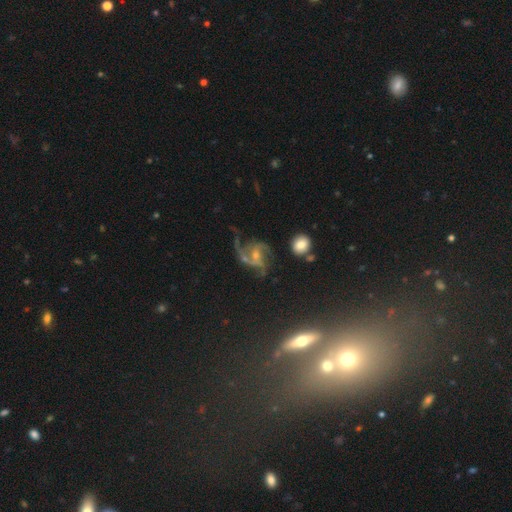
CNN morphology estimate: The model was most divided on "spiral winding": loose: 49%, medium: 39%, tight: 12%. Remaining: edge-on disk — no (97%); spiral arms — yes (93%); smooth or featured — featured or disk (80%); bulge size — small (56%); bar — no (50%); merging — none (47%); spiral arm count — 2 (45%).